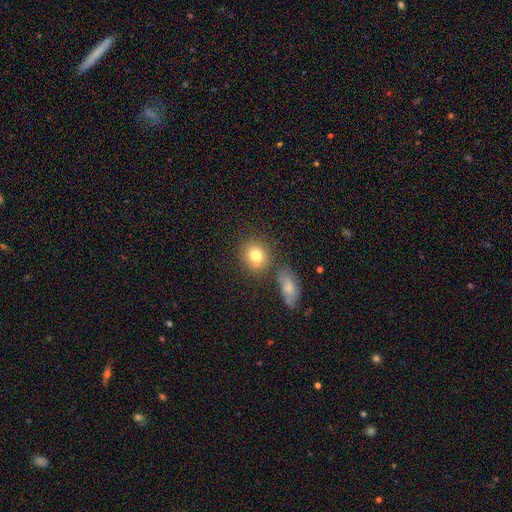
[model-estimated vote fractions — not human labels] Smooth or featured?
  - smooth: 80% *
  - featured or disk: 10%
  - star or artifact: 10%
How rounded?
  - round: 81% *
  - in between: 18%
  - cigar-shaped: 1%
Merging?
  - none: 74% *
  - merger: 11%
  - minor disturbance: 11%
  - major disturbance: 4%